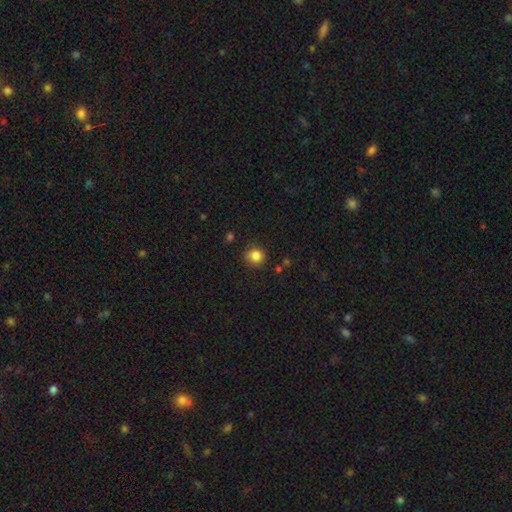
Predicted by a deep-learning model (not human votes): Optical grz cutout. It shows a smooth galaxy with no disk features (84%) that is round (90%). Merging: none (86%).